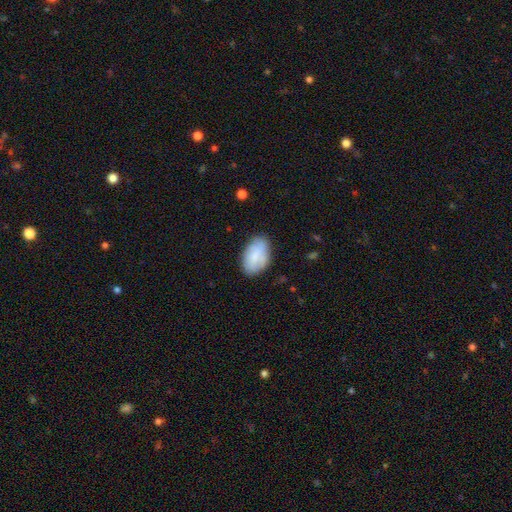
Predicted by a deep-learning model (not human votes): This appears to be a smooth galaxy with no disk features (80%) that is in between round and cigar-shaped (93%). Merging: none (78%).